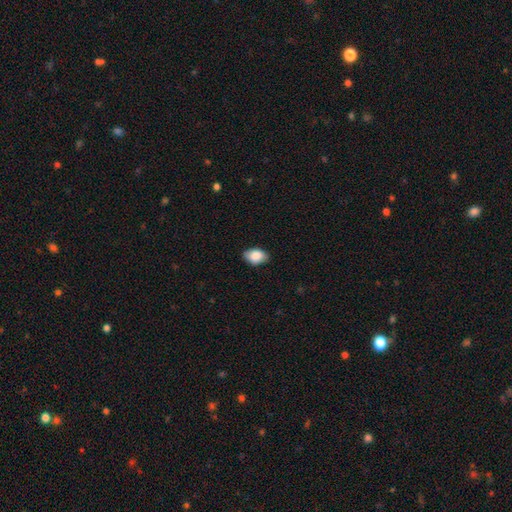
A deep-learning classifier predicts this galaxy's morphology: smooth_or_featured: smooth (p=0.87) [alt: star or artifact p=0.07]
how_rounded: in between (p=0.88) [alt: round p=0.10]
merging: none (p=0.84) [alt: minor disturbance p=0.13]